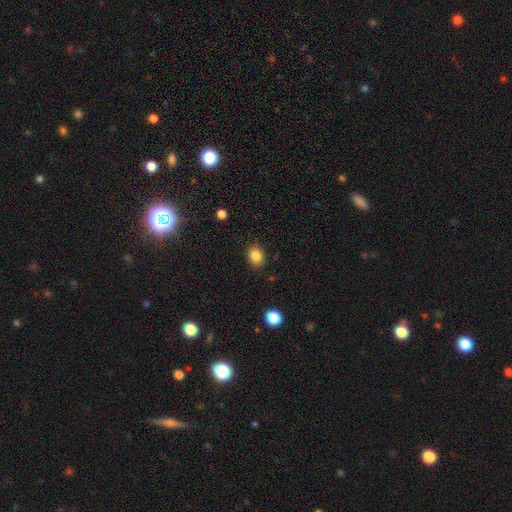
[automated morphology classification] smooth-or-featured: smooth: 85% | star or artifact: 10% | featured or disk: 5%
  how-rounded: in between: 57% | round: 42% | cigar-shaped: 1%
  merging: none: 87% | minor disturbance: 10% | major disturbance: 2% | merger: 1%